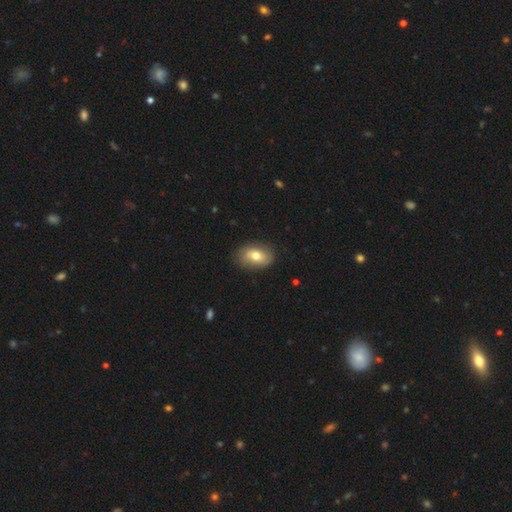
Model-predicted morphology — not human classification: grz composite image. It shows a smooth galaxy with no disk features (70%) that is in between round and cigar-shaped (85%). Merging: none (83%).